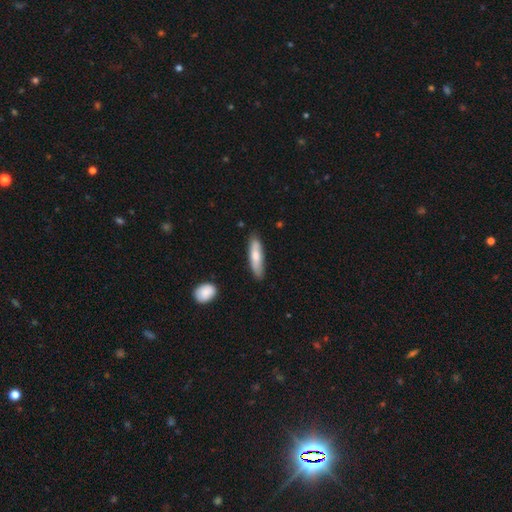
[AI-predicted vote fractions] smooth-or-featured: smooth: 70% | featured or disk: 24% | star or artifact: 5%
  how-rounded: cigar-shaped: 68% | in between: 30% | round: 2%
  merging: none: 82% | minor disturbance: 14% | major disturbance: 2% | merger: 2%